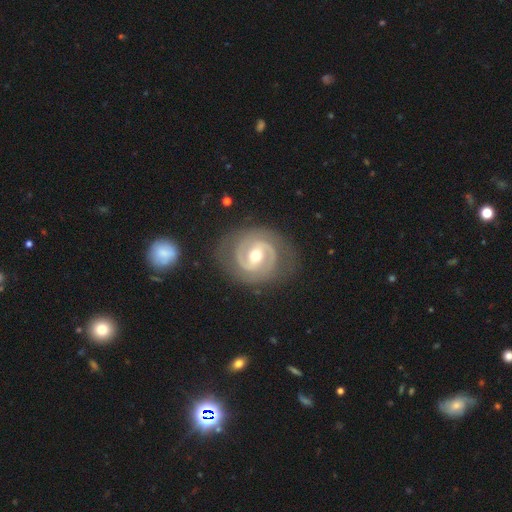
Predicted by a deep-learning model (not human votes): Smooth or featured? Predicted: featured or disk (p=0.90). Edge-on disk? Predicted: no (p=0.98). Bar? Predicted: weak (p=0.43). Spiral arms? Predicted: yes (p=0.97). Spiral winding? Predicted: tight (p=0.54). Spiral arm count? Predicted: 2 (p=0.89). Bulge size? Predicted: moderate (p=0.67). Merging? Predicted: none (p=0.81).